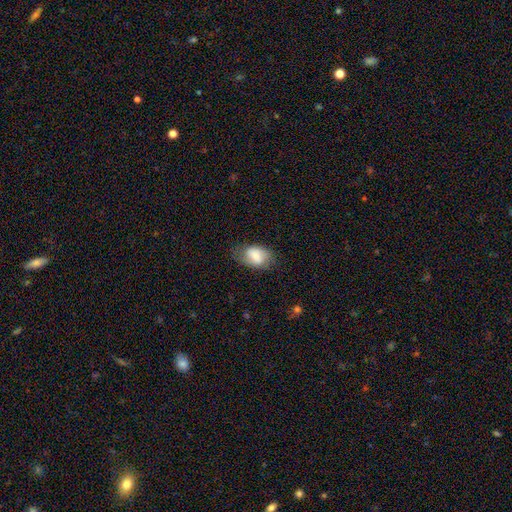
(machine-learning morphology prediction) A smooth galaxy with no disk features (69%) that is in between round and cigar-shaped (88%).

Vote fractions:
- Smooth or featured? smooth: 69% / featured or disk: 23% / star or artifact: 8%
- How rounded? in between: 88% / round: 10% / cigar-shaped: 2%
- Merging? none: 67% / minor disturbance: 24% / major disturbance: 8% / merger: 1%